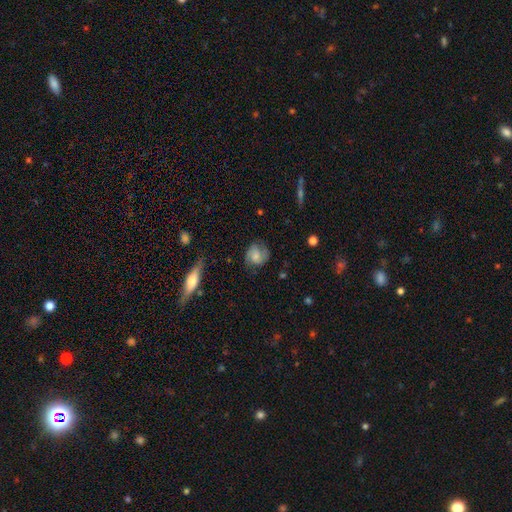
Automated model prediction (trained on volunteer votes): featured or disk 48%, smooth 43%, star or artifact 9%. Down the decision tree: merging — none (65%).